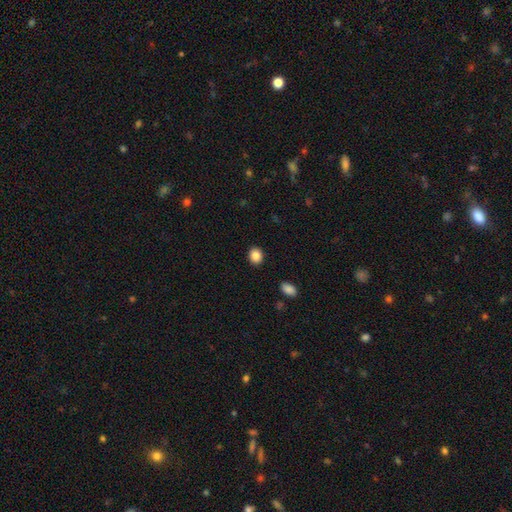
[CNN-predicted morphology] Overall: smooth (85%). How rounded: round (60%; in between 39%). Merging: none (90%).